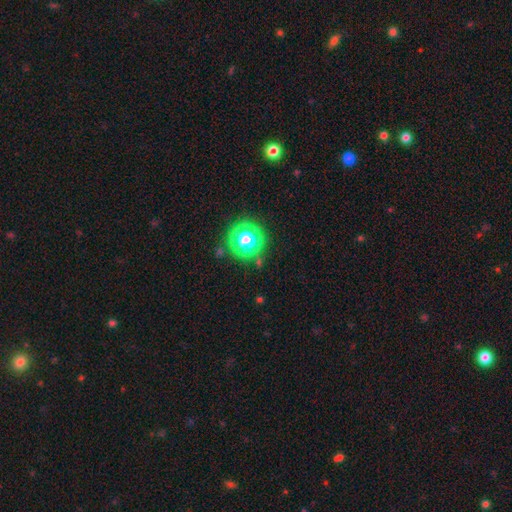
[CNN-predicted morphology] The model was most divided on "smooth or featured": star or artifact: 73%, smooth: 21%, featured or disk: 5%.